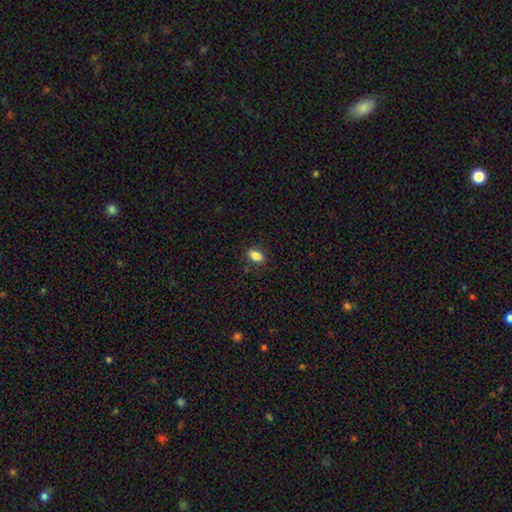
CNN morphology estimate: Overall: smooth (85%). How rounded: in between (88%). Merging: none (85%).